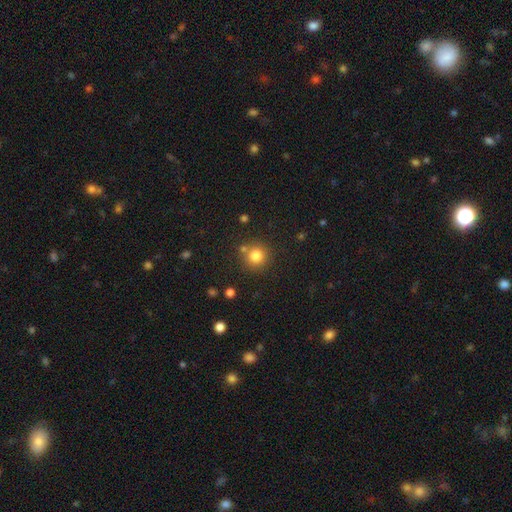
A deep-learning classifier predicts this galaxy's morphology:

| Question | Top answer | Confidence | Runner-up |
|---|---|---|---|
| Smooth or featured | smooth | 81% | star or artifact (13%) |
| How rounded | round | 93% | in between (6%) |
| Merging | none | 79% | merger (10%) |